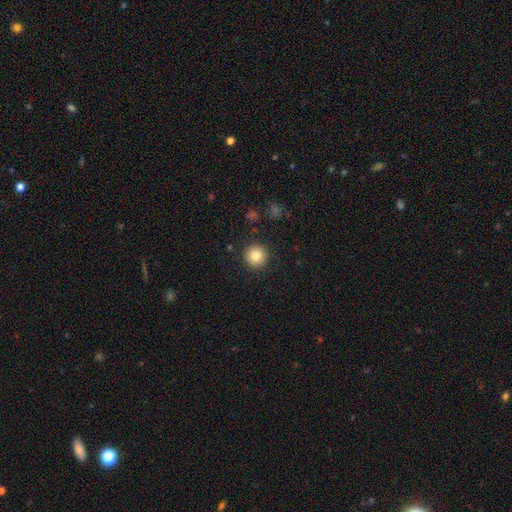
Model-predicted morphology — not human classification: A smooth galaxy with no disk features (83%) that is round (96%). Merging: none (91%).